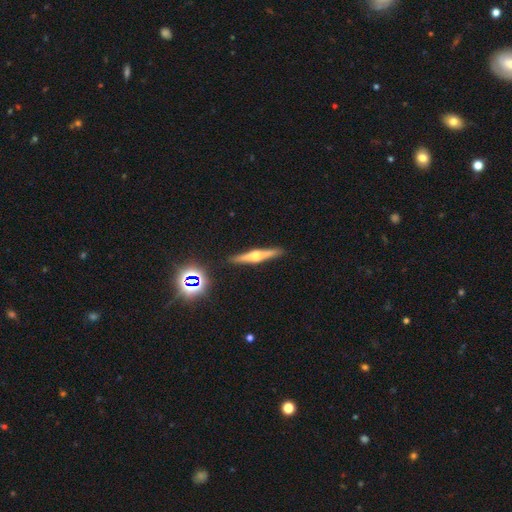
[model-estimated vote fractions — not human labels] Overall: featured or disk (71%). Edge-on disk: yes (97%). Edge-on bulge: rounded (93%). Merging: none (90%).